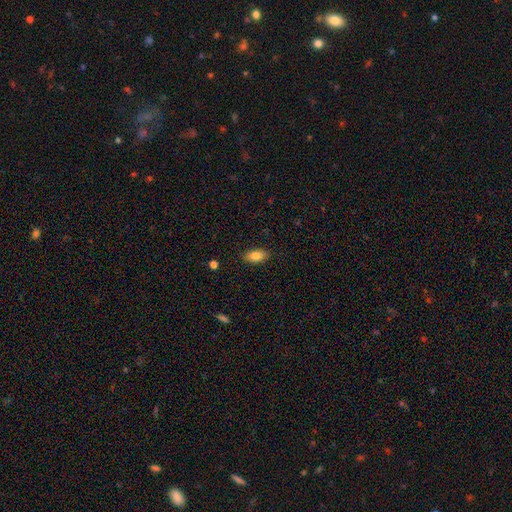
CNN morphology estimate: type=smooth (85%); roundness=in between (91%); merging=none (87%).